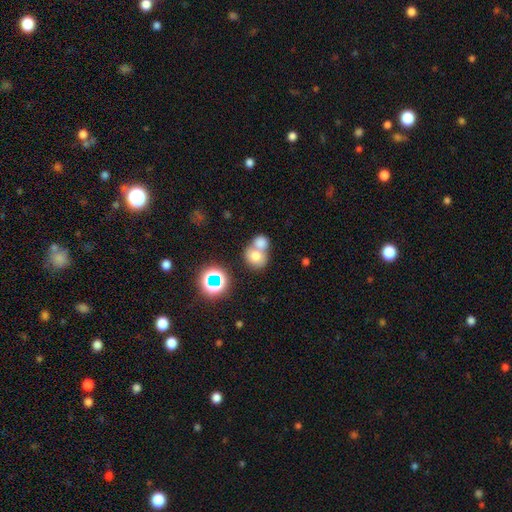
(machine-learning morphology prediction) This appears to be a smooth galaxy with no disk features (73%) that is round (70%). Merging: merger (56%).